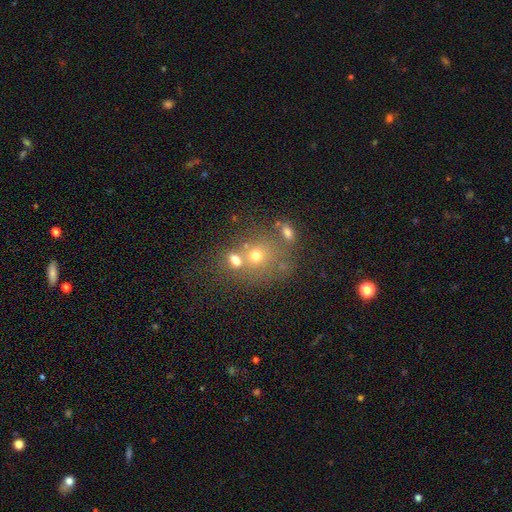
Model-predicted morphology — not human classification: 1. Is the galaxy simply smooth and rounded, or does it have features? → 48% smooth, 30% star or artifact, 22% featured or disk.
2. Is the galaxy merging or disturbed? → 43% none (tied), 43% merger (tied), 9% minor disturbance, 5% major disturbance.